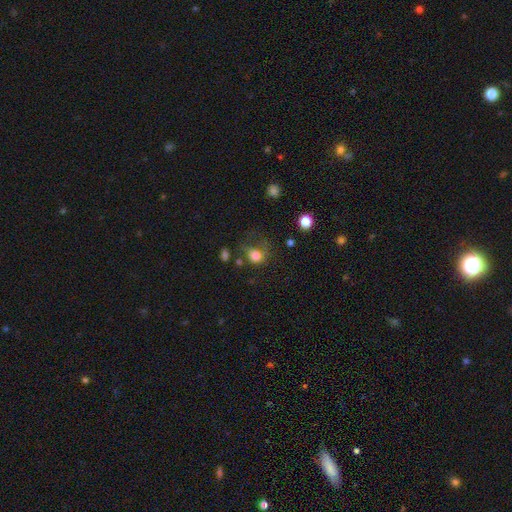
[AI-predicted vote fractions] Smooth or featured: smooth — 76% (star or artifact — 13%)
How rounded: round — 67% (in between — 32%)
Merging: major disturbance — 36% (none — 34%)